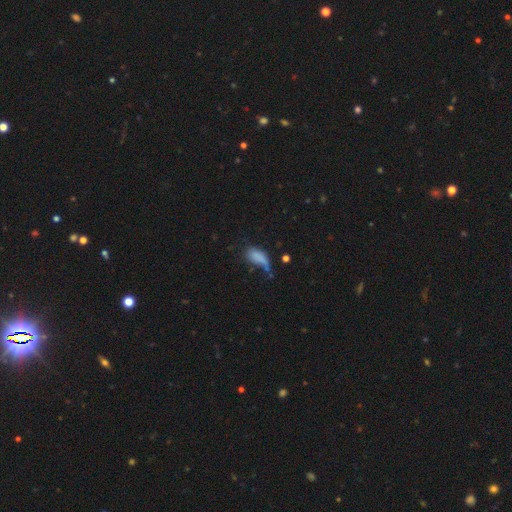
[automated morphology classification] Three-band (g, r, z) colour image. It shows a smooth galaxy with no disk features (75%) that is in between round and cigar-shaped (85%). Merging: major disturbance (31%, tied with none).